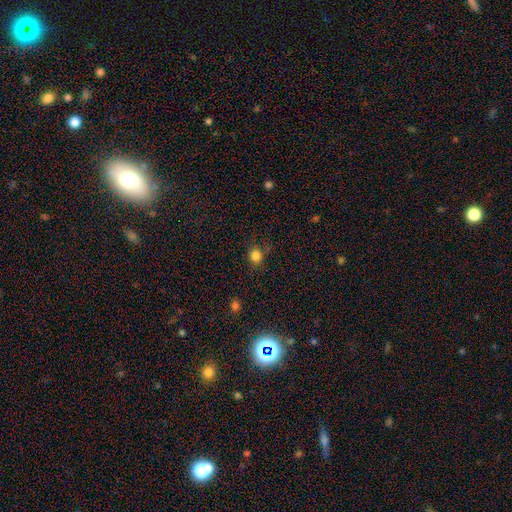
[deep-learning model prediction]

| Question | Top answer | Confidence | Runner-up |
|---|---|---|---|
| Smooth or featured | smooth | 81% | star or artifact (14%) |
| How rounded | round | 78% | in between (21%) |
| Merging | none | 75% | minor disturbance (16%) |